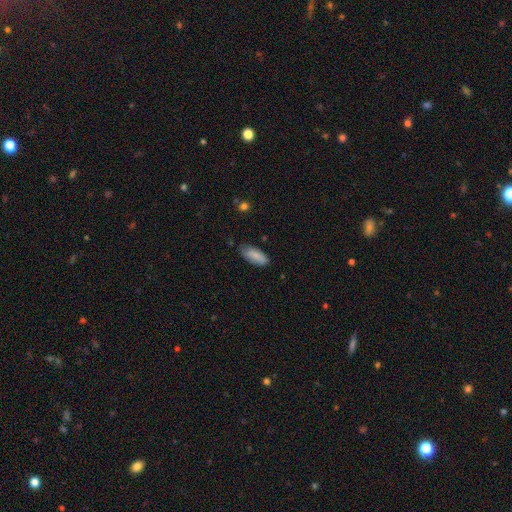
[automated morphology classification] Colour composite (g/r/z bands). It shows a smooth galaxy with no disk features (84%) that is in between round and cigar-shaped (81%). Merging: none (74%).